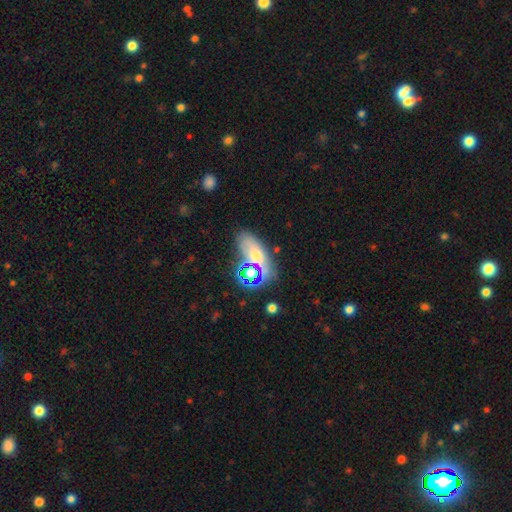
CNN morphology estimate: type=smooth (43%); merging=none (64%).